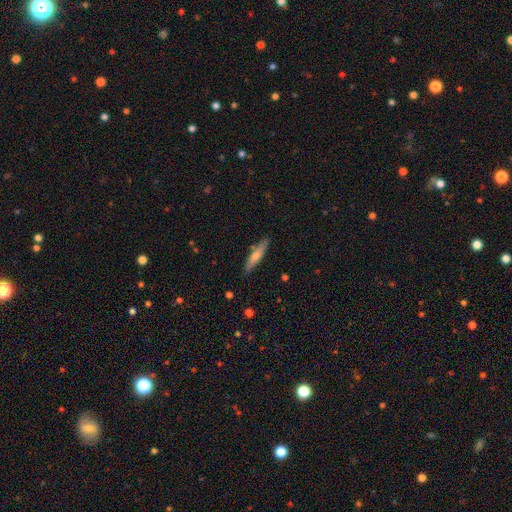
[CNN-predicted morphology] Overall: smooth (61%; featured or disk 33%). How rounded: cigar-shaped (85%). Merging: none (83%).